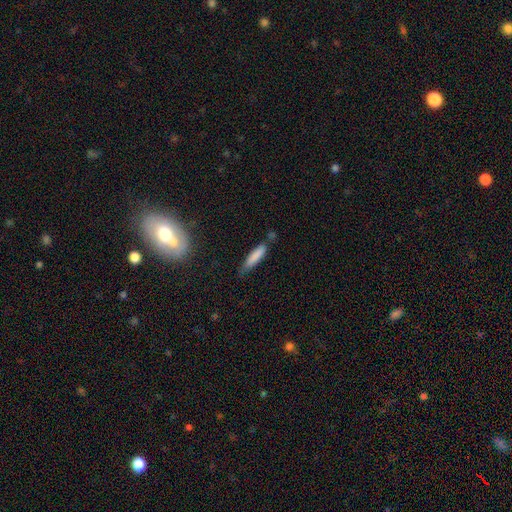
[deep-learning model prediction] A smooth galaxy with no disk features (81%) that is cigar-shaped (79%).

Vote fractions:
- Smooth or featured? smooth: 81% / featured or disk: 12% / star or artifact: 7%
- How rounded? cigar-shaped: 79% / in between: 20% / round: 1%
- Merging? none: 60% / minor disturbance: 28% / merger: 6% / major disturbance: 6%